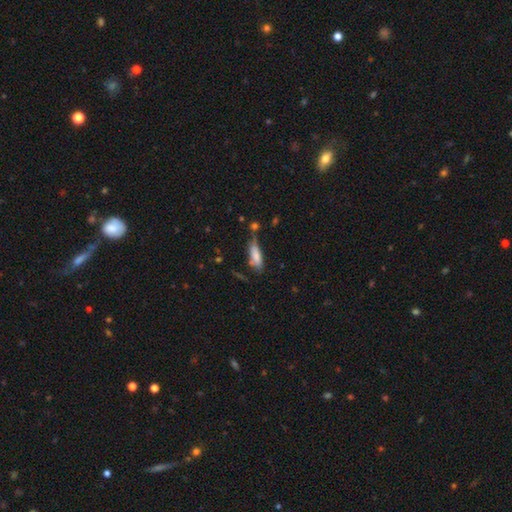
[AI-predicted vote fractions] The model was most divided on "how rounded": in between: 54%, cigar-shaped: 44%, round: 2%. Remaining: smooth or featured — smooth (77%); merging — none (49%).